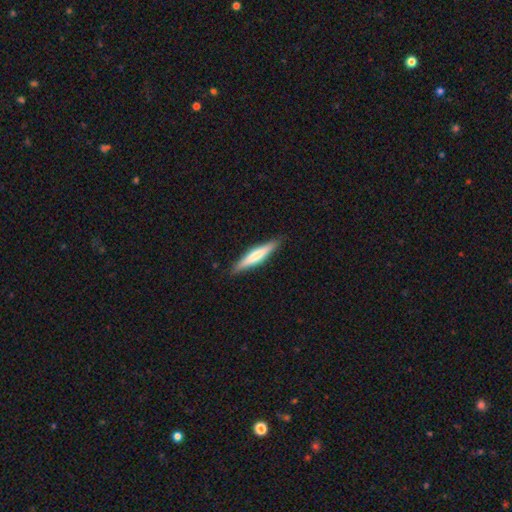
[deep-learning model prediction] A smooth galaxy with no disk features (55%) that is cigar-shaped (90%). Merging: none (88%).